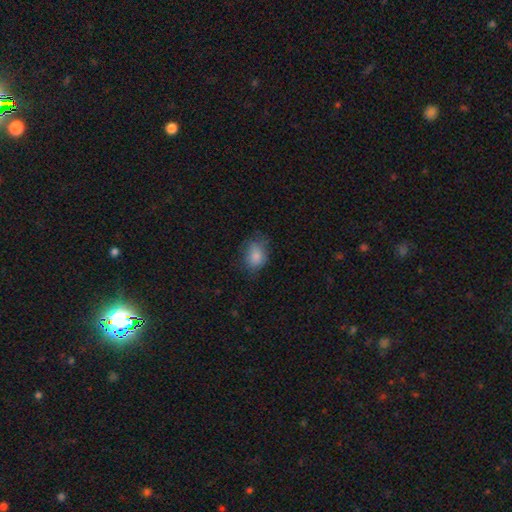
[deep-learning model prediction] This is clearly a smooth galaxy (83%). How rounded: likely in between (70%). Merging: likely none (62%).